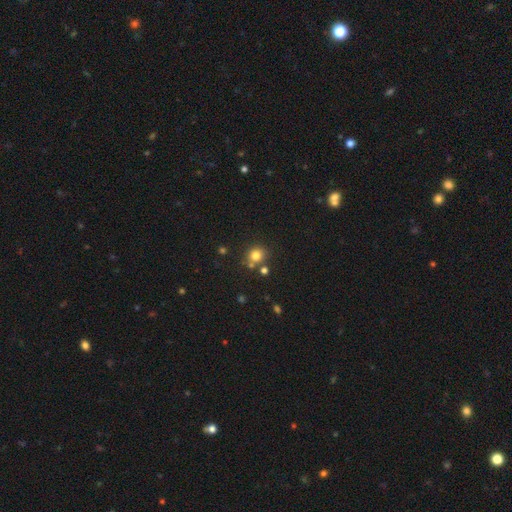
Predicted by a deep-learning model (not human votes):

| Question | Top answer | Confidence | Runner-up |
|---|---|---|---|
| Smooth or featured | smooth | 79% | star or artifact (14%) |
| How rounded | round | 84% | in between (15%) |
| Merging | none | 72% | merger (15%) |